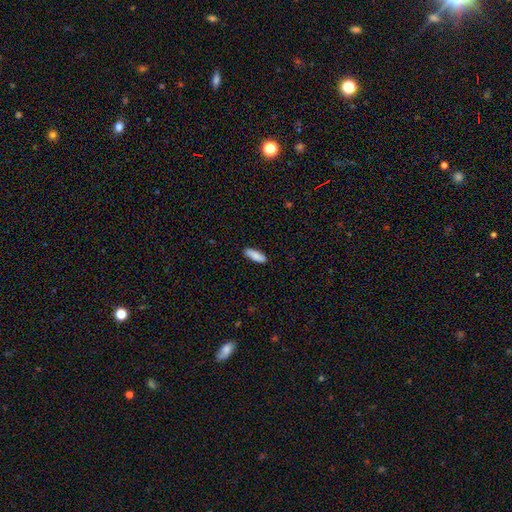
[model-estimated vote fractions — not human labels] Overall: smooth (88%). How rounded: in between (58%; cigar-shaped 40%). Merging: none (89%).